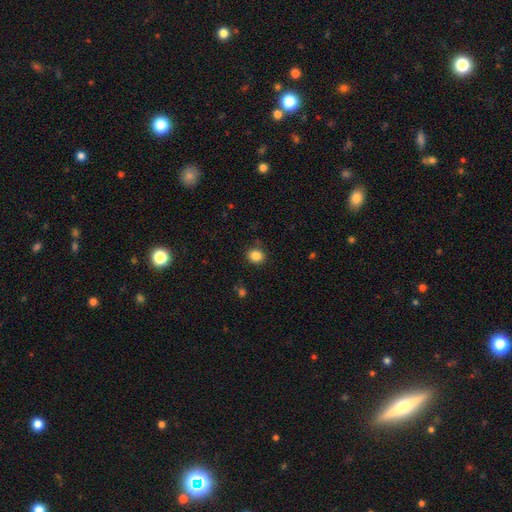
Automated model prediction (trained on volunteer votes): This is clearly a smooth galaxy (85%). How rounded: likely round (75%). Merging: clearly none (86%).